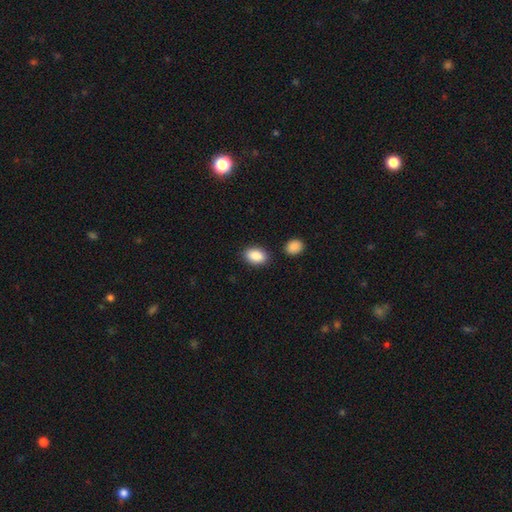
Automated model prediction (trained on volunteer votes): Smooth or featured?
  - smooth: 89% *
  - star or artifact: 7%
  - featured or disk: 4%
How rounded?
  - in between: 88% *
  - round: 11%
  - cigar-shaped: 1%
Merging?
  - none: 84% *
  - minor disturbance: 9%
  - merger: 5%
  - major disturbance: 2%